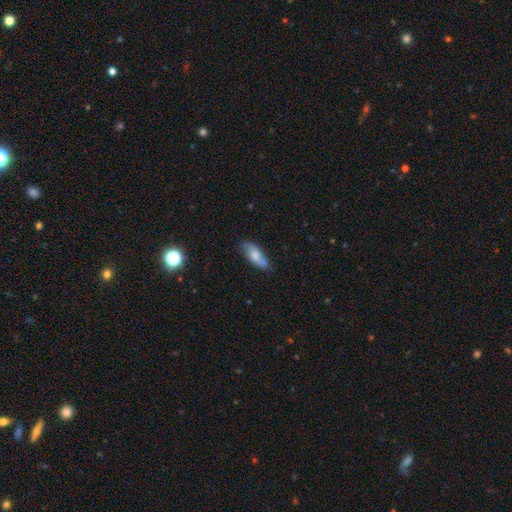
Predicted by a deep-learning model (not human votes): Smooth or featured: smooth — 68% (featured or disk — 25%)
How rounded: in between — 75% (cigar-shaped — 22%)
Merging: none — 63% (minor disturbance — 23%)